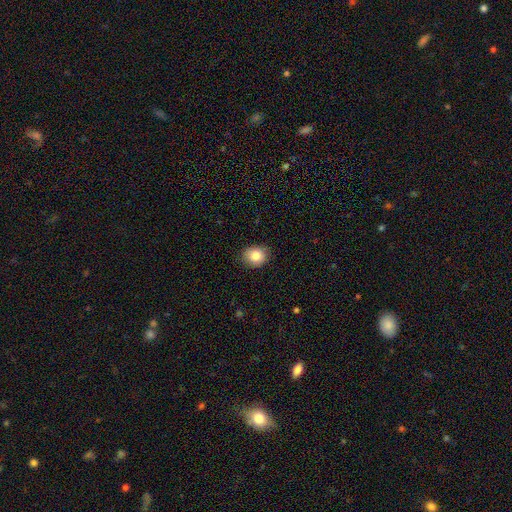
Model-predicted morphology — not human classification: This is clearly a smooth galaxy (85%). How rounded: likely round (64%). Merging: clearly none (86%).